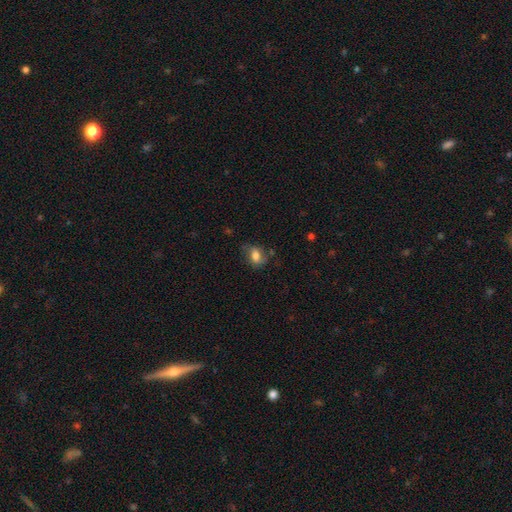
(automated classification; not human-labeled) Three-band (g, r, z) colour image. It shows a smooth galaxy with no disk features (74%) that is in between round and cigar-shaped (74%). Merging: none (60%).